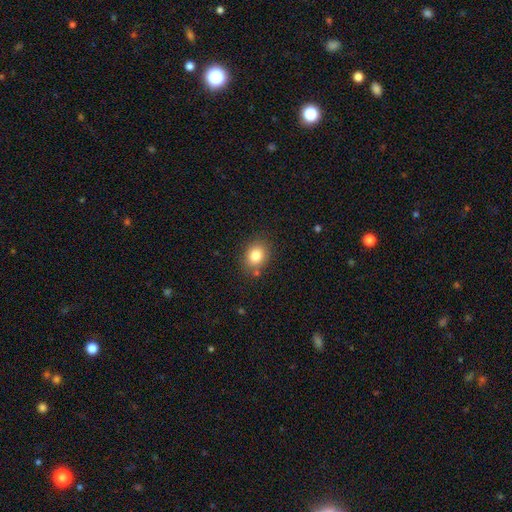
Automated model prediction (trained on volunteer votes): This appears to be a smooth galaxy with no disk features (81%) that is round (59%). Merging: none (81%).